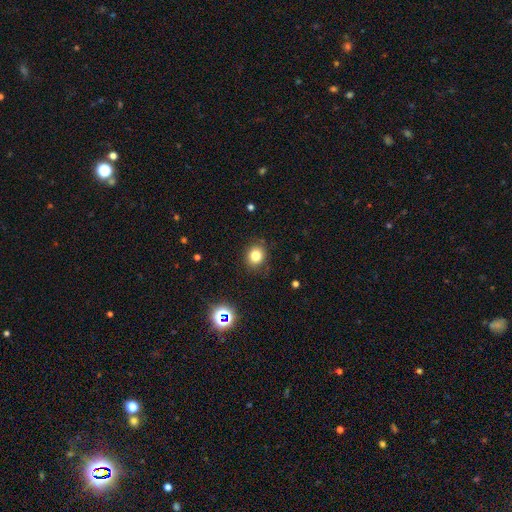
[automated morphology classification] Smooth or featured? Predicted: smooth (p=0.78). How rounded? Predicted: round (p=0.73). Merging? Predicted: none (p=0.84).